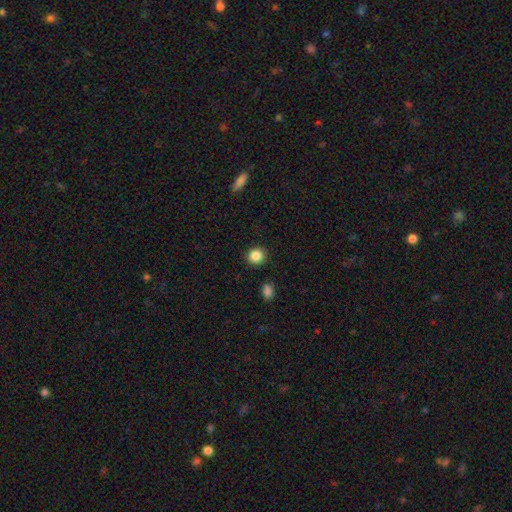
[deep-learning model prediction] Smooth or featured: smooth — 86% (star or artifact — 10%)
How rounded: round — 87% (in between — 12%)
Merging: none — 90% (minor disturbance — 6%)